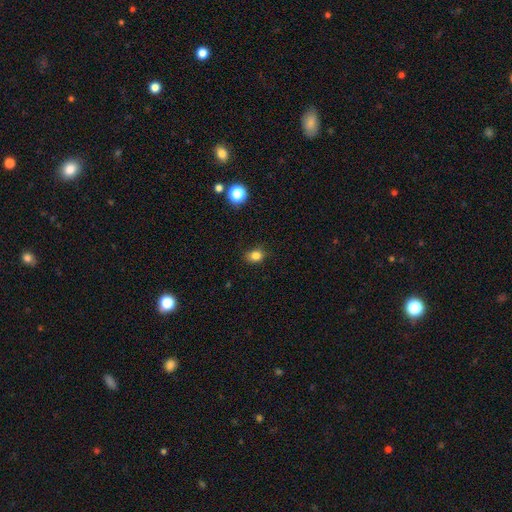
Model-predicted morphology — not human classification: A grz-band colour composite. It shows a smooth galaxy with no disk features (82%) that is in between round and cigar-shaped (52%). Merging: none (79%).